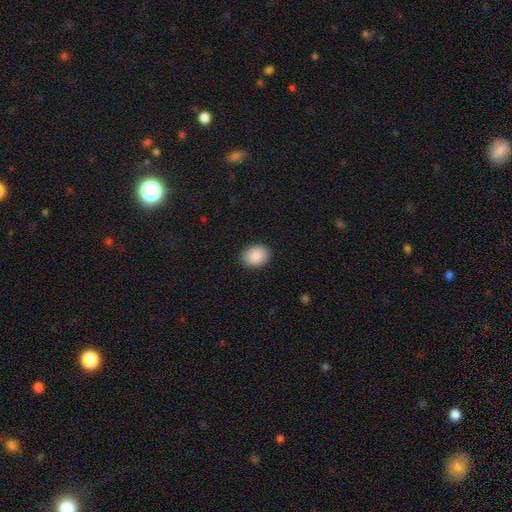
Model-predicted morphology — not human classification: Smooth or featured?
  - smooth: 90% *
  - star or artifact: 7%
  - featured or disk: 3%
How rounded?
  - in between: 61% *
  - round: 38%
  - cigar-shaped: 1%
Merging?
  - none: 89% *
  - minor disturbance: 8%
  - major disturbance: 2%
  - merger: 1%